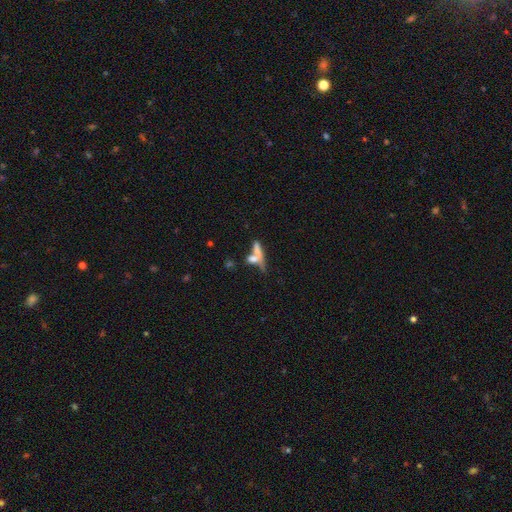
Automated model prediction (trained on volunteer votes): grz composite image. It shows a smooth galaxy with no disk features (56%) that is cigar-shaped (58%). Merging: merger (48%).